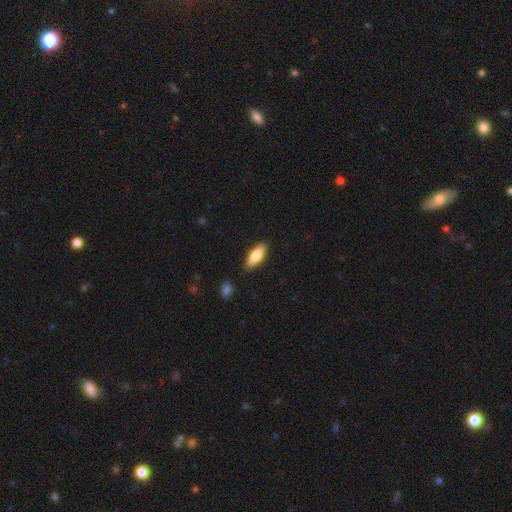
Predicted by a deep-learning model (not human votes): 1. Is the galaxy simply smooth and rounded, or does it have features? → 77% smooth, 17% featured or disk, 6% star or artifact.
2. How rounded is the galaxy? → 73% in between, 25% cigar-shaped, 2% round.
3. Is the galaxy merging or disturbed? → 87% none, 9% minor disturbance, 2% major disturbance, 2% merger.